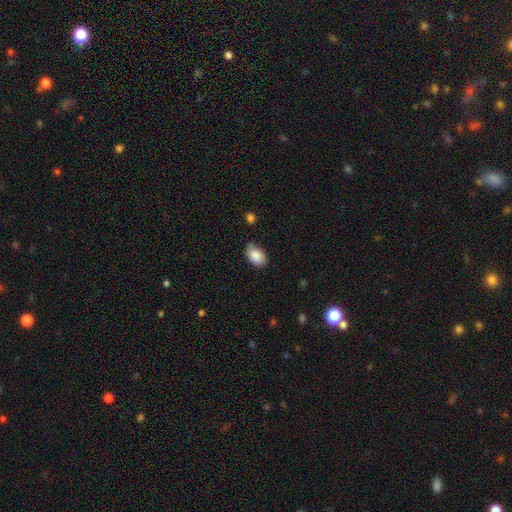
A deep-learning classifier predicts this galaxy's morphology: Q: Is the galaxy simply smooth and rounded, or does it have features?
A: smooth — 88%.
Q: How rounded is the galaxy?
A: in between — 84%.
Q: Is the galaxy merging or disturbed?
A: none — 65%.